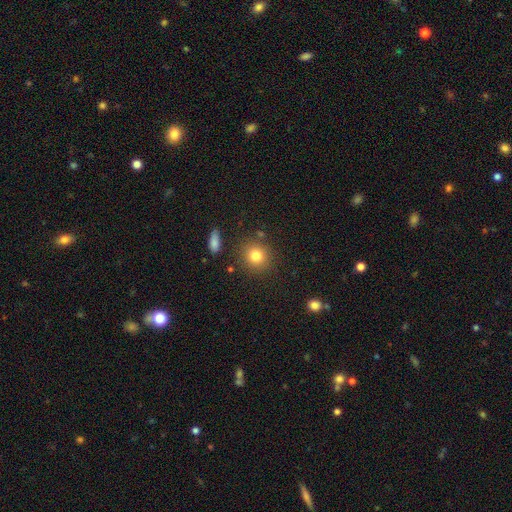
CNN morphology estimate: Smooth or featured? Predicted: smooth (p=0.81). How rounded? Predicted: round (p=0.88). Merging? Predicted: none (p=0.85).